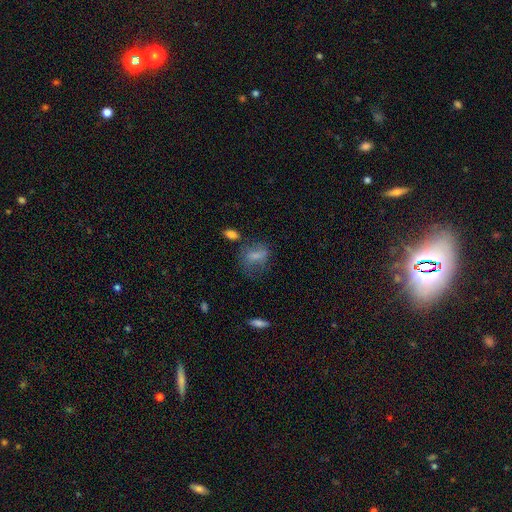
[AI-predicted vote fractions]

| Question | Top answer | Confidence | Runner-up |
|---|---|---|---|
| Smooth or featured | smooth | 67% | featured or disk (21%) |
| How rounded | in between | 68% | round (26%) |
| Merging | none | 47% | minor disturbance (25%) |